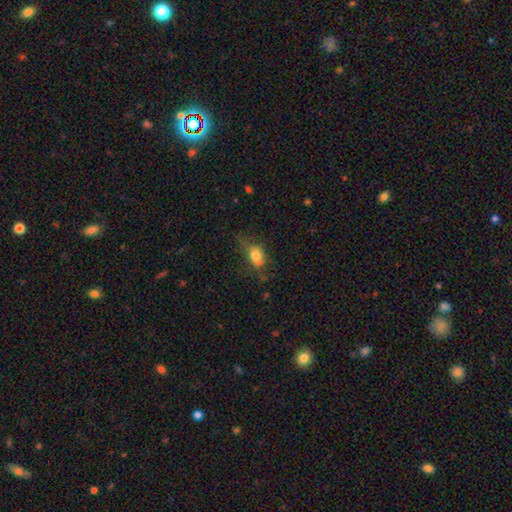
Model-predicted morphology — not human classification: smooth-or-featured: smooth: 78% | featured or disk: 13% | star or artifact: 9%
  how-rounded: in between: 75% | round: 22% | cigar-shaped: 3%
  merging: none: 46% | minor disturbance: 32% | major disturbance: 20% | merger: 2%